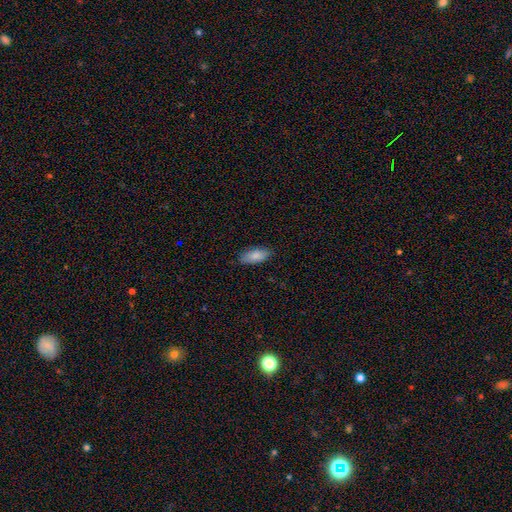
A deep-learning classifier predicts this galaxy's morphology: Smooth or featured? Predicted: smooth (p=0.86). How rounded? Predicted: in between (p=0.85). Merging? Predicted: none (p=0.86).